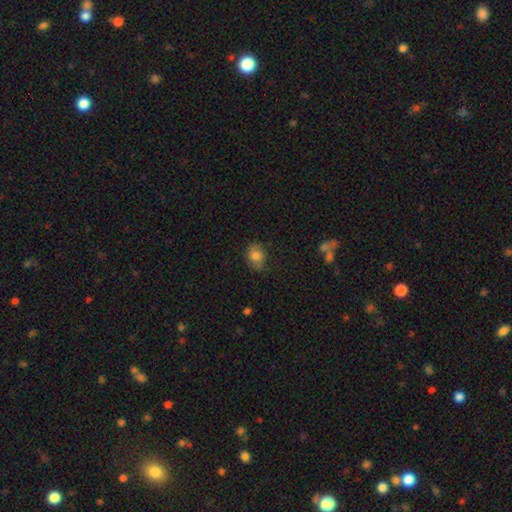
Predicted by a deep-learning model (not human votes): Q: Smooth or featured?
A: smooth (80%); runner-up: featured or disk (11%)
Q: How rounded?
A: in between (56%); runner-up: round (43%)
Q: Merging?
A: none (73%); runner-up: minor disturbance (20%)